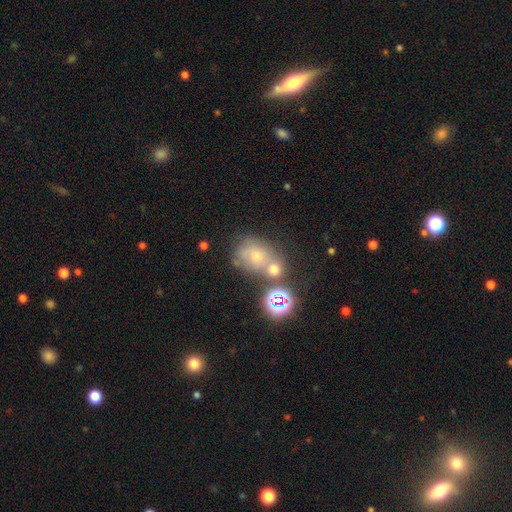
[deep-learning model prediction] This is marginally a smooth galaxy (43%). Merging: possibly none (45%).